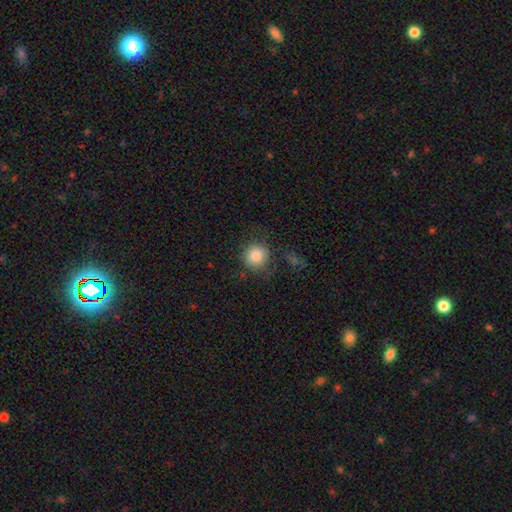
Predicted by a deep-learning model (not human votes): The model was most divided on "merging": none: 73%, minor disturbance: 16%, major disturbance: 8%, merger: 3%. More confident: how rounded — round (91%); smooth or featured — smooth (86%).